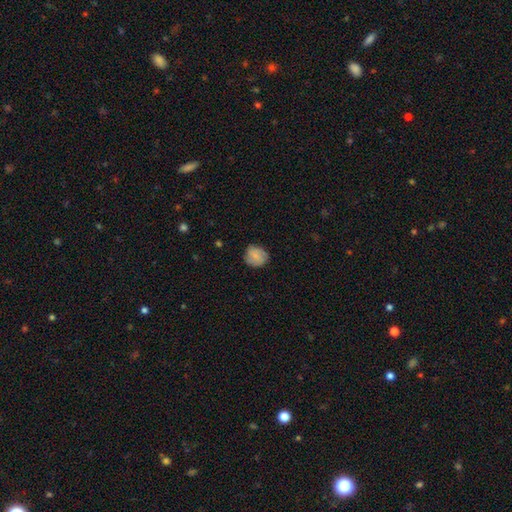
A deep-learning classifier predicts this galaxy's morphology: Overall: smooth (74%). How rounded: round (77%). Merging: none (77%).